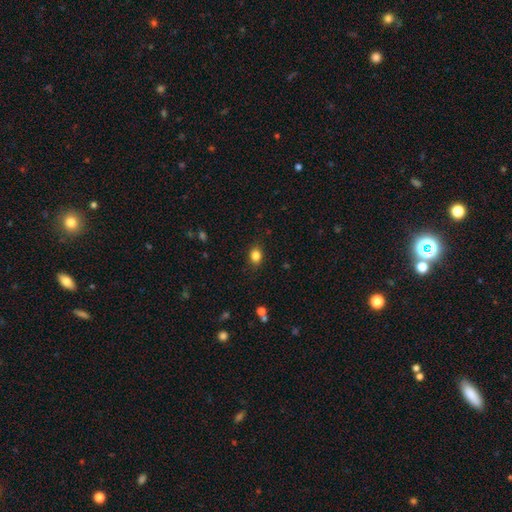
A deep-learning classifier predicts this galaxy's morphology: A smooth galaxy with no disk features (84%) that is in between round and cigar-shaped (52%). Merging: none (85%).